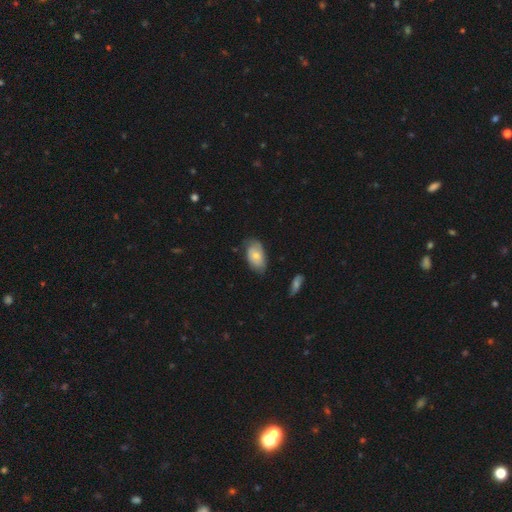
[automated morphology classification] type=smooth (65%); roundness=in between (92%); merging=none (65%).